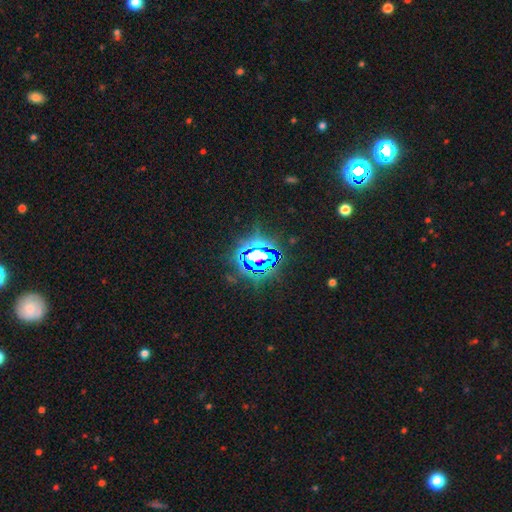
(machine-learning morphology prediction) This appears to be a star or artifact, not a galaxy (76%).